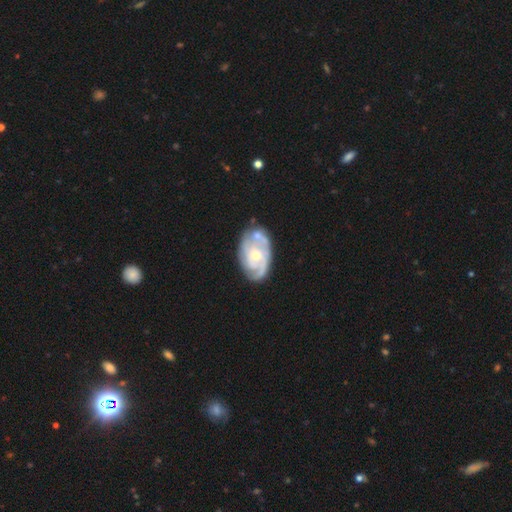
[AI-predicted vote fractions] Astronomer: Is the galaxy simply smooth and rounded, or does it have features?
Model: featured or disk — 83%.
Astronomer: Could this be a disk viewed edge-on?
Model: no — 97%.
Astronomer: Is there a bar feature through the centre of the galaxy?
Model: no — 73%.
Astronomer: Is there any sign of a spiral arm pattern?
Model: yes — 92%.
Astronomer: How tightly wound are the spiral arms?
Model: tight — 60%.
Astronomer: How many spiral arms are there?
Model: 2 — 30% (runner-up: 3, 29%).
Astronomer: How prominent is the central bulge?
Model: small — 48%, tied with moderate at 48%.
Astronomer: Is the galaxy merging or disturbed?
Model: none — 64%.